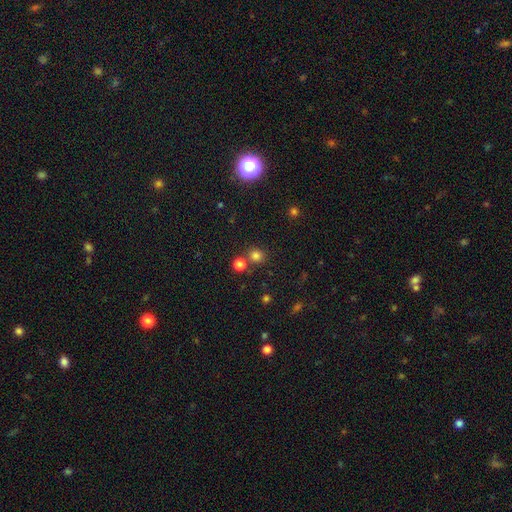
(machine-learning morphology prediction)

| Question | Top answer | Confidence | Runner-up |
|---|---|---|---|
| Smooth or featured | smooth | 77% | star or artifact (17%) |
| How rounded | round | 88% | in between (11%) |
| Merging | none | 73% | merger (17%) |